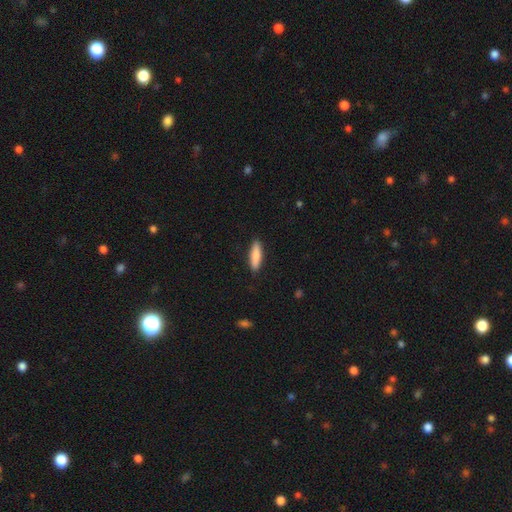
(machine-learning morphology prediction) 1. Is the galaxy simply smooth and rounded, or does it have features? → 82% smooth, 13% featured or disk, 5% star or artifact.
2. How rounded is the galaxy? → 66% cigar-shaped, 32% in between, 2% round.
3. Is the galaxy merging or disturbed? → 88% none, 9% minor disturbance, 2% major disturbance, 1% merger.